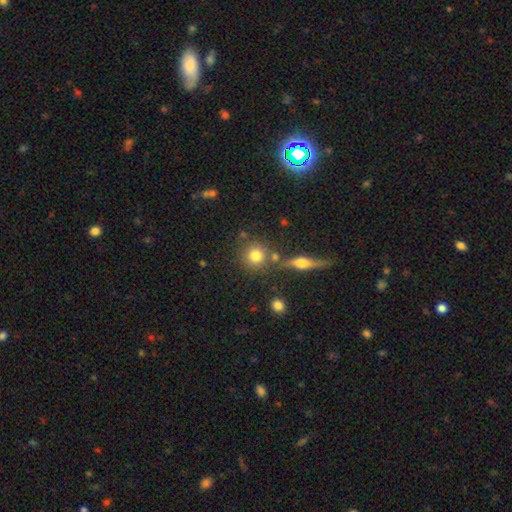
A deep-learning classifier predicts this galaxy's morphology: A smooth galaxy with no disk features (75%) that is round (90%).

Vote fractions:
- Smooth or featured? smooth: 75% / featured or disk: 13% / star or artifact: 11%
- How rounded? round: 90% / in between: 8% / cigar-shaped: 2%
- Merging? none: 74% / merger: 14% / minor disturbance: 9% / major disturbance: 3%